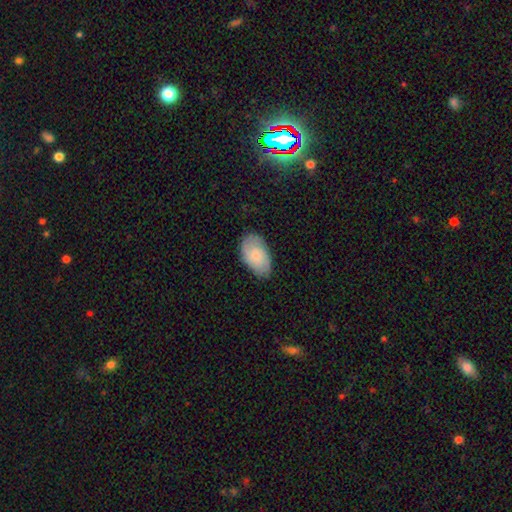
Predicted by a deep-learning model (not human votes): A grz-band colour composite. It shows a smooth galaxy with no disk features (61%) that is in between round and cigar-shaped (93%). Merging: none (77%).